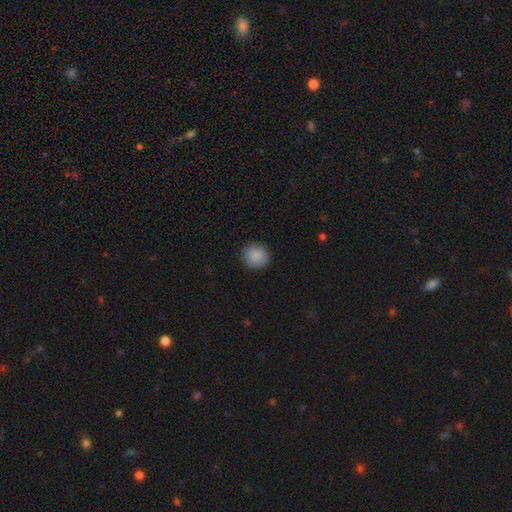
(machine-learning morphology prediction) Smooth or featured? Predicted: smooth (p=0.89). How rounded? Predicted: round (p=0.91). Merging? Predicted: none (p=0.90).